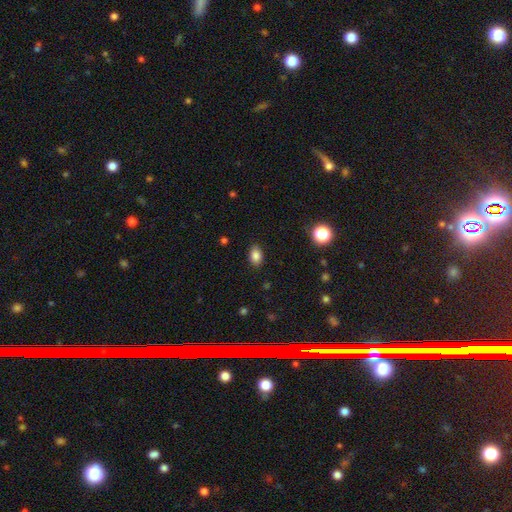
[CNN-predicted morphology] Smooth or featured: smooth — 85% (star or artifact — 10%)
How rounded: in between — 84% (round — 15%)
Merging: none — 88% (minor disturbance — 9%)